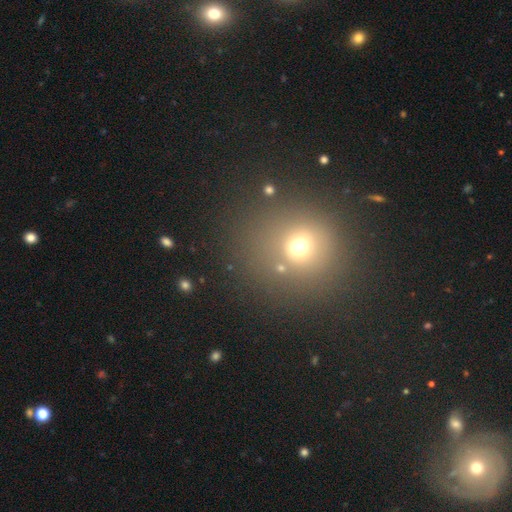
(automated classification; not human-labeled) This is possibly a smooth galaxy (55%). How rounded: clearly round (89%). Merging: clearly none (82%).